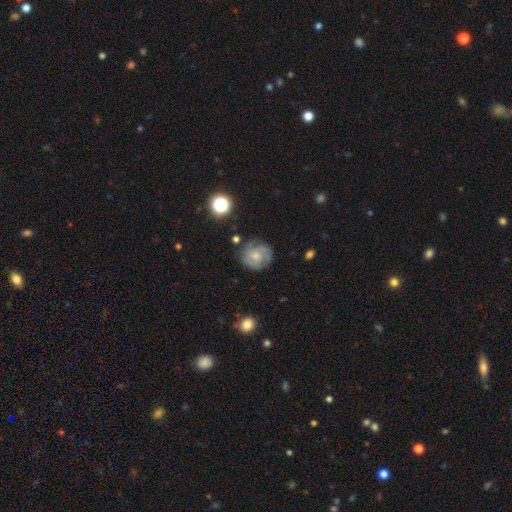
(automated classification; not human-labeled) A featured or disk galaxy (57%) with no bar (74%), spiral arms (87%) and a small central bulge (49%). Merging: none (74%).